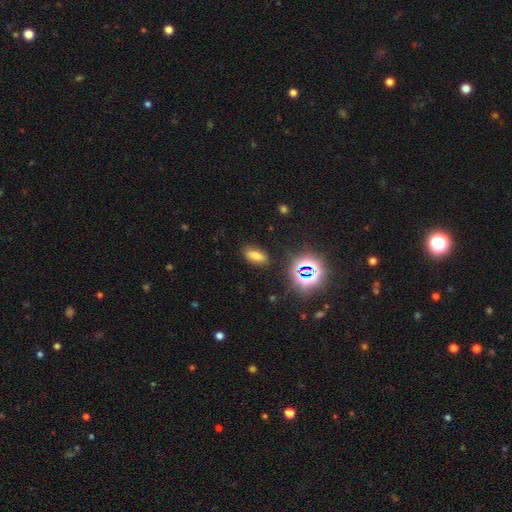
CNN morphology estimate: Smooth or featured? Predicted: smooth (p=0.66). How rounded? Predicted: in between (p=0.83). Merging? Predicted: none (p=0.83).